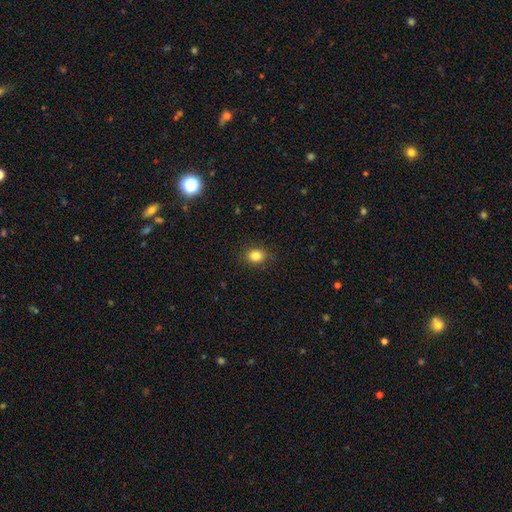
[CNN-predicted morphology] smooth 84%, star or artifact 11%, featured or disk 5%. Down the decision tree: how rounded — round (50%); merging — none (86%).